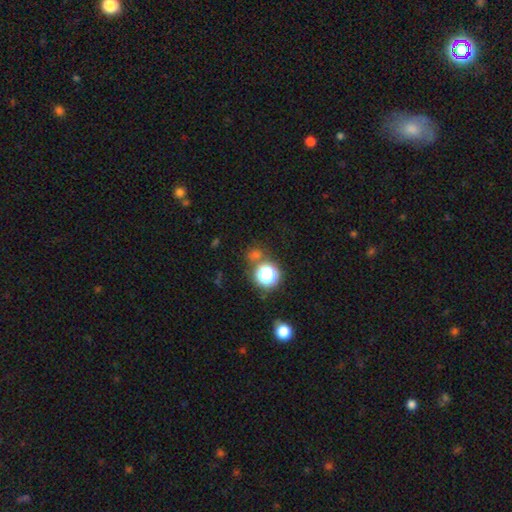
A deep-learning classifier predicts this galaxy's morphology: Smooth or featured?
  - star or artifact: 50% *
  - smooth: 43%
  - featured or disk: 7%